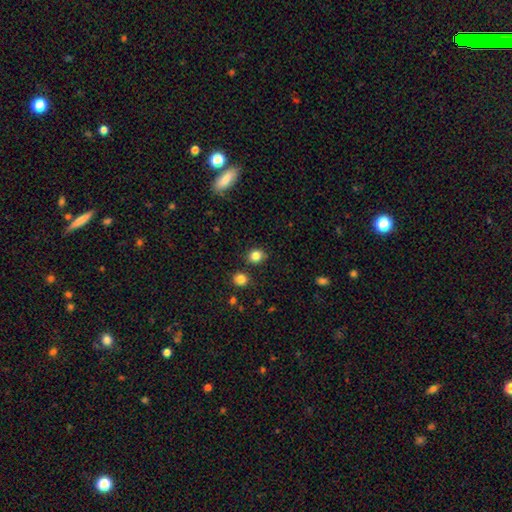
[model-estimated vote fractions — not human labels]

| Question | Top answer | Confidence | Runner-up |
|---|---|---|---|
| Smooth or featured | smooth | 84% | star or artifact (11%) |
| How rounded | round | 72% | in between (27%) |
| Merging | none | 84% | minor disturbance (9%) |